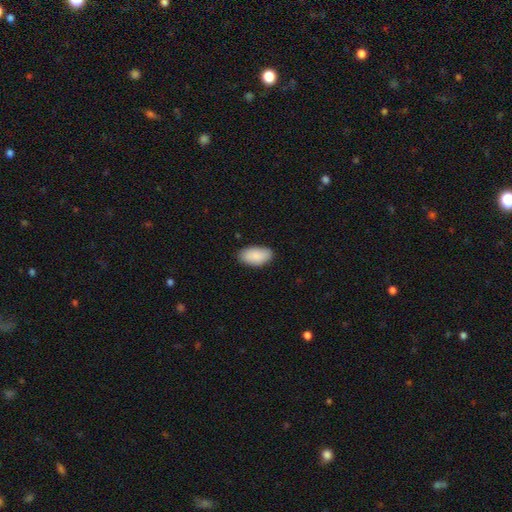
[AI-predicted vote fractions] The model was most divided on "merging": none: 85%, minor disturbance: 12%, major disturbance: 2%, merger: 1%. More confident: how rounded — in between (95%); smooth or featured — smooth (89%).